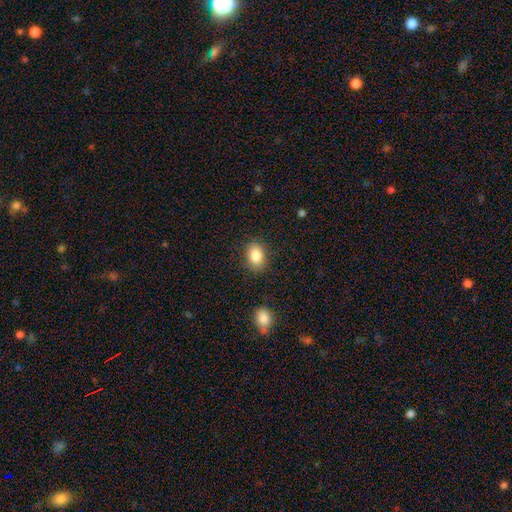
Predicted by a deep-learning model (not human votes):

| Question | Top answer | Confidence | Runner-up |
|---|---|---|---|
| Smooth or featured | smooth | 86% | star or artifact (8%) |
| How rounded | in between | 72% | round (27%) |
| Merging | none | 85% | minor disturbance (10%) |